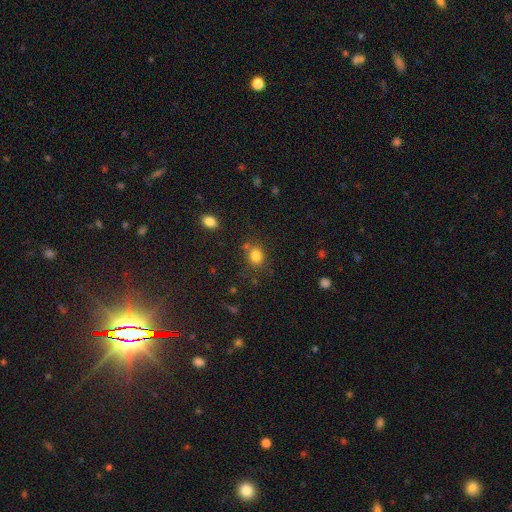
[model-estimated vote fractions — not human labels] This appears to be a smooth galaxy with no disk features (81%) that is round (53%). Merging: none (70%).